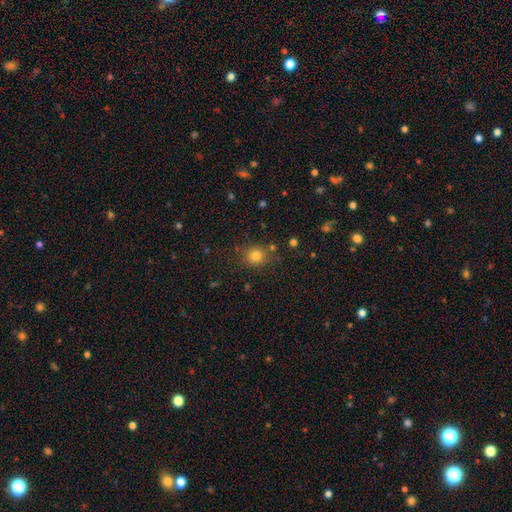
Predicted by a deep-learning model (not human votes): This appears to be a smooth galaxy with no disk features (79%) that is round (80%). Merging: none (79%).